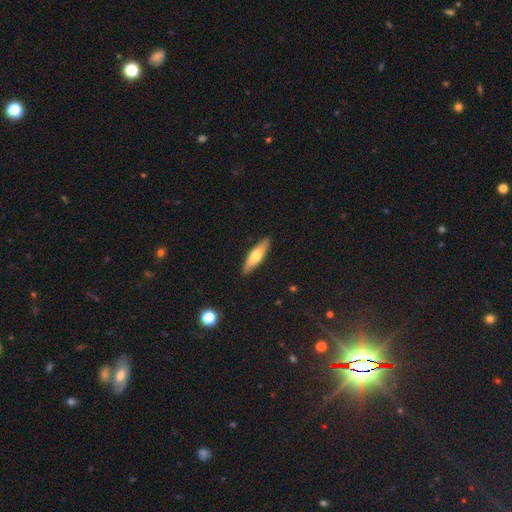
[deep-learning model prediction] Smooth or featured: smooth — 59% (featured or disk — 35%)
How rounded: cigar-shaped — 65% (in between — 33%)
Merging: none — 90% (minor disturbance — 7%)